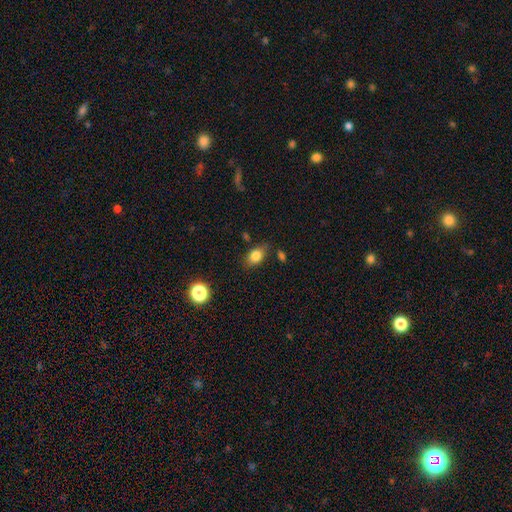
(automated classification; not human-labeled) Morphology: type=smooth (82%); roundness=in between (81%); merging=none (76%).